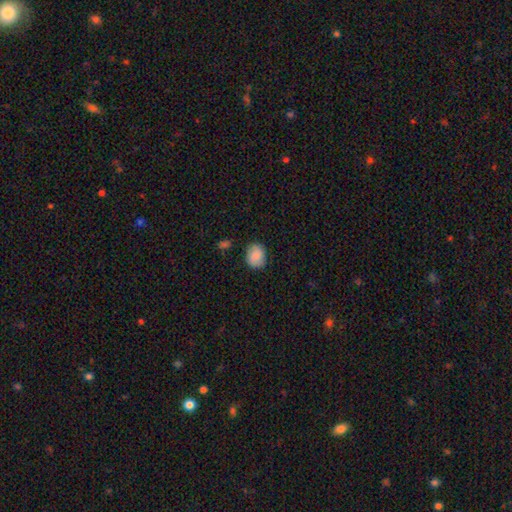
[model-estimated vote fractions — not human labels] A smooth galaxy with no disk features (86%) that is round (64%). Merging: none (81%).